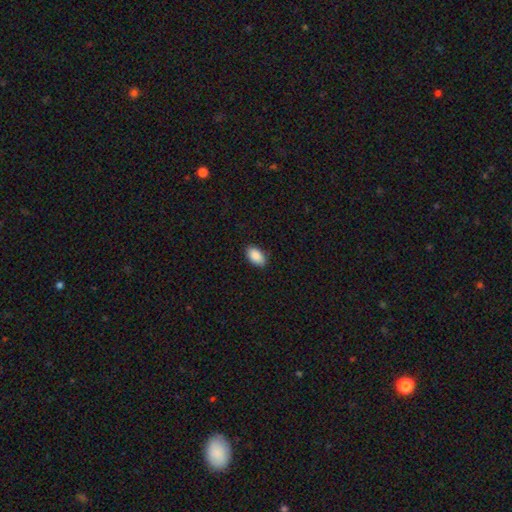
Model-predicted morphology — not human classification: Smooth or featured: smooth — 89% (star or artifact — 7%)
How rounded: in between — 94% (round — 4%)
Merging: none — 86% (minor disturbance — 11%)